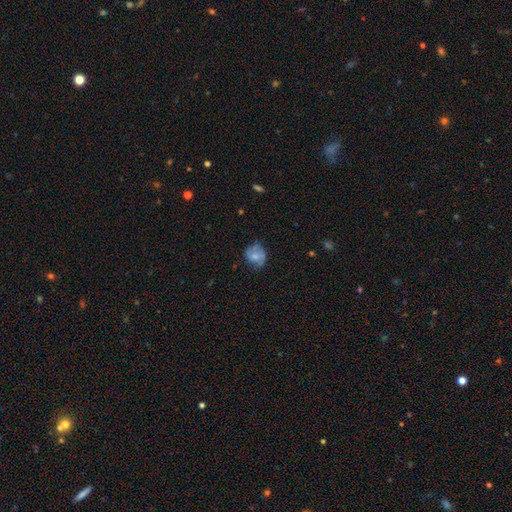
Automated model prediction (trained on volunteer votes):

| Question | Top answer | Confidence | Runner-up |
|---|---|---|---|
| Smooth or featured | smooth | 53% | featured or disk (39%) |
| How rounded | round | 66% | in between (33%) |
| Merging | none | 59% | minor disturbance (28%) |